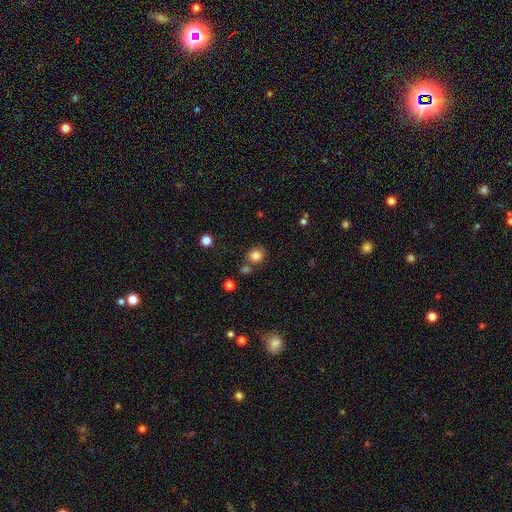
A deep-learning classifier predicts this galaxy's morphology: Q: Smooth or featured?
A: smooth (83%); runner-up: star or artifact (11%)
Q: How rounded?
A: round (78%); runner-up: in between (21%)
Q: Merging?
A: none (70%); runner-up: merger (14%)